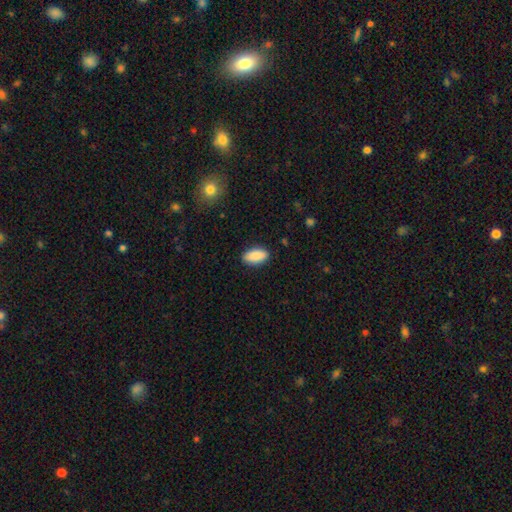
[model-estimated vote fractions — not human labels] Smooth or featured?
  - smooth: 88% *
  - star or artifact: 6%
  - featured or disk: 6%
How rounded?
  - in between: 91% *
  - cigar-shaped: 6%
  - round: 3%
Merging?
  - none: 87% *
  - minor disturbance: 9%
  - major disturbance: 2%
  - merger: 1%